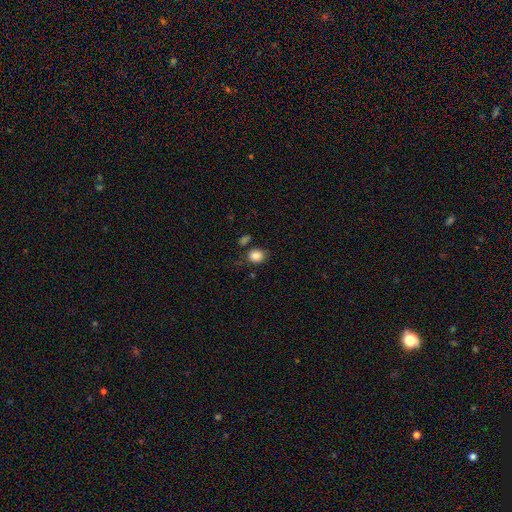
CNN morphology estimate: Q: Smooth or featured?
A: smooth (85%); runner-up: star or artifact (10%)
Q: How rounded?
A: round (55%); runner-up: in between (44%)
Q: Merging?
A: none (72%); runner-up: minor disturbance (15%)